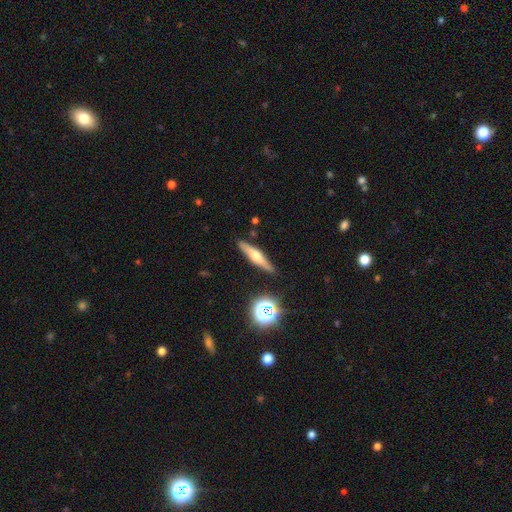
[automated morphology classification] The model was most divided on "smooth or featured": featured or disk: 51%, smooth: 40%, star or artifact: 9%. More confident: edge-on disk — yes (93%); merging — none (87%).